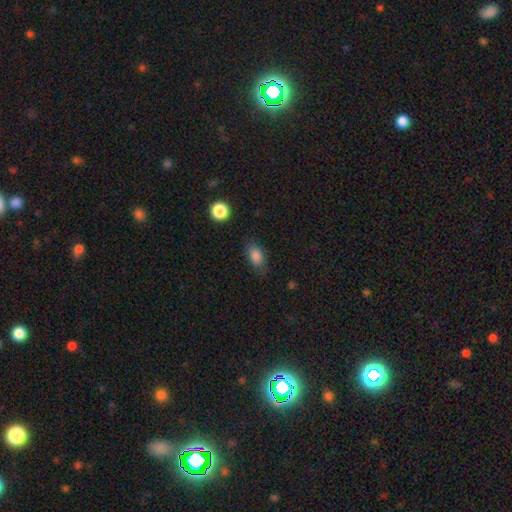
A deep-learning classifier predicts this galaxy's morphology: smooth 84%, star or artifact 9%, featured or disk 6%. Down the decision tree: how rounded — in between (84%); merging — none (76%).